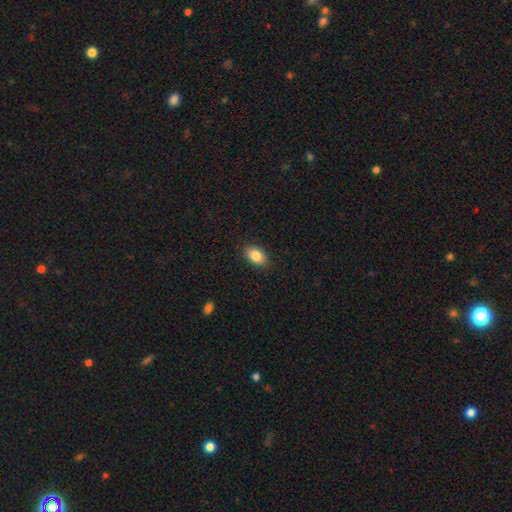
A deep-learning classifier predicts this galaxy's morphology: Smooth or featured?
  - smooth: 86% *
  - star or artifact: 8%
  - featured or disk: 6%
How rounded?
  - in between: 87% *
  - round: 11%
  - cigar-shaped: 1%
Merging?
  - none: 88% *
  - minor disturbance: 9%
  - major disturbance: 2%
  - merger: 1%